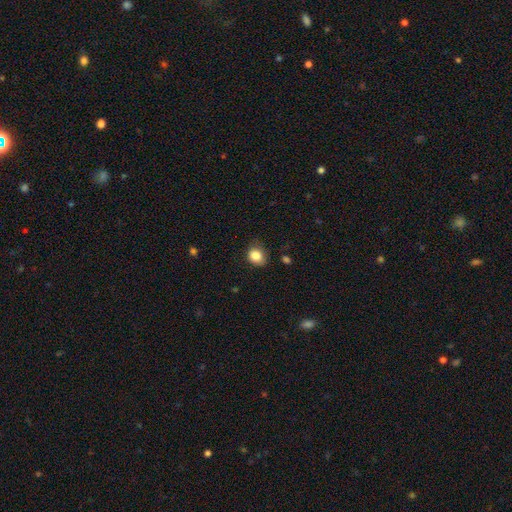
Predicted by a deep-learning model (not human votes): smooth_or_featured: smooth (p=0.84) [alt: star or artifact p=0.10]
how_rounded: round (p=0.64) [alt: in between p=0.36]
merging: none (p=0.67) [alt: minor disturbance p=0.26]